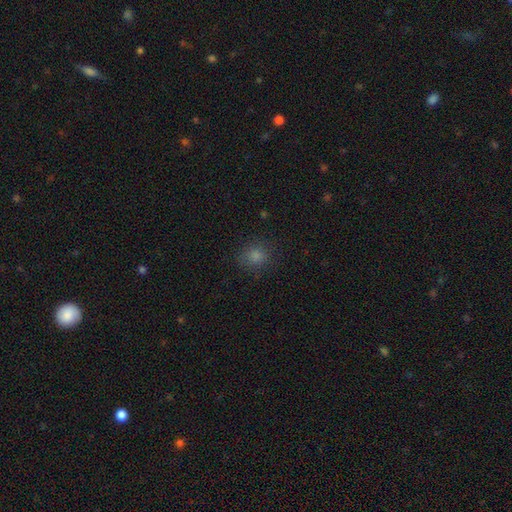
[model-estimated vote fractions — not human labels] smooth_or_featured: smooth (p=0.73) [alt: star or artifact p=0.22]
how_rounded: round (p=0.81) [alt: in between p=0.18]
merging: none (p=0.85) [alt: minor disturbance p=0.10]